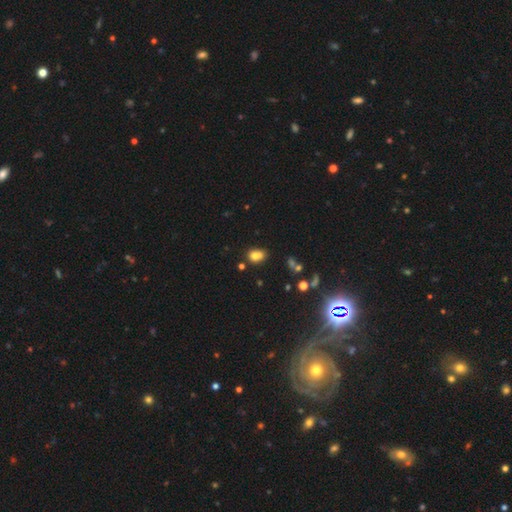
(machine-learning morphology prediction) smooth-or-featured: smooth: 76% | star or artifact: 14% | featured or disk: 10%
  how-rounded: in between: 69% | round: 30% | cigar-shaped: 2%
  merging: none: 54% | merger: 20% | minor disturbance: 20% | major disturbance: 6%